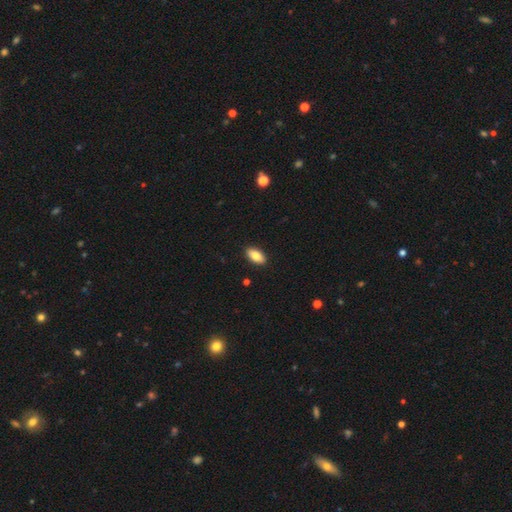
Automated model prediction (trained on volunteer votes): Smooth or featured: smooth — 84% (featured or disk — 10%)
How rounded: in between — 91% (cigar-shaped — 6%)
Merging: none — 90% (minor disturbance — 7%)